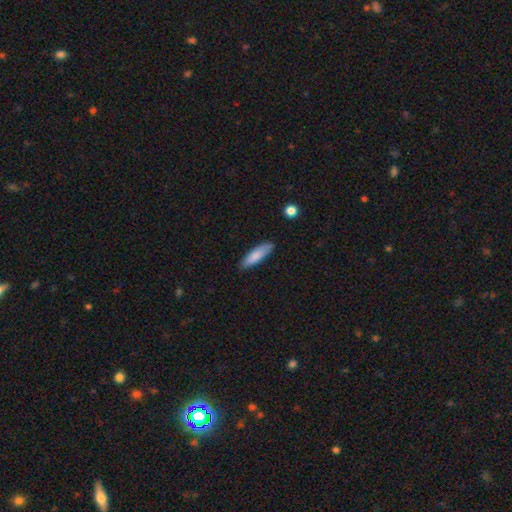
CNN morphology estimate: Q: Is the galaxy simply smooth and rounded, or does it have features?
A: smooth — 81%.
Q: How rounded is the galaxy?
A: cigar-shaped — 61%.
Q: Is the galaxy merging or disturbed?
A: none — 84%.